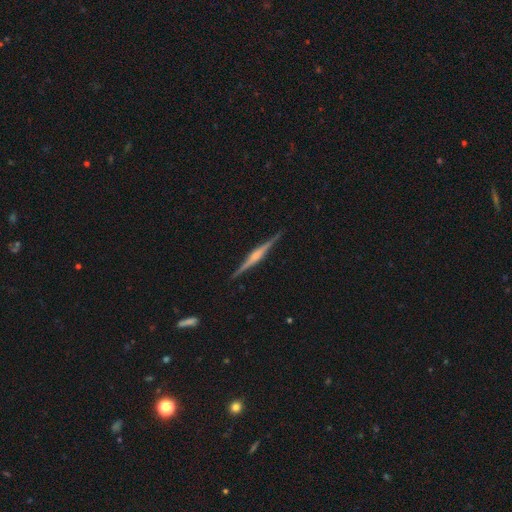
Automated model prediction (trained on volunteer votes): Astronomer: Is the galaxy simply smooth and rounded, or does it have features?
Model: featured or disk — 83%.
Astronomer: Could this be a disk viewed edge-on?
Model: yes — 99%.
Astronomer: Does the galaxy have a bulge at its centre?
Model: rounded — 71%.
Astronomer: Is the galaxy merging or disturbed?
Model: none — 91%.